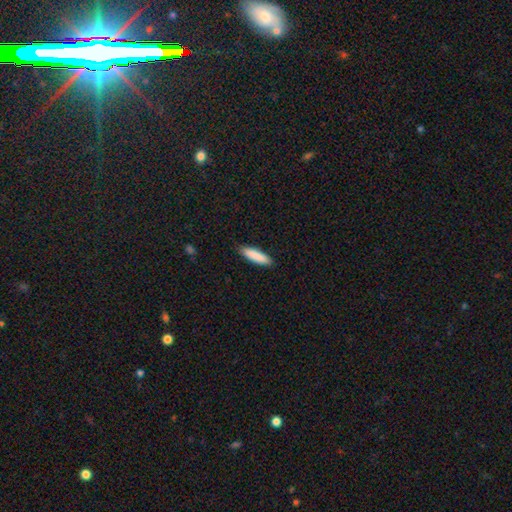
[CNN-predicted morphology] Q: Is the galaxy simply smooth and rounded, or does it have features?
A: smooth — 88%.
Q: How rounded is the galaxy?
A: cigar-shaped — 71%.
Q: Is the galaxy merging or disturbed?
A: none — 89%.